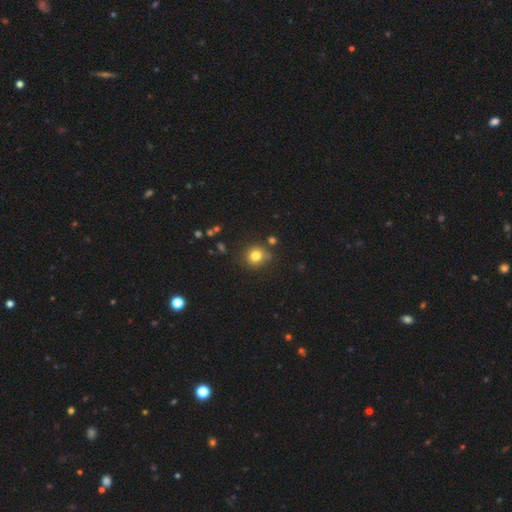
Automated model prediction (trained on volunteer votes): Smooth or featured: smooth — 79% (star or artifact — 13%)
How rounded: round — 88% (in between — 12%)
Merging: none — 79% (minor disturbance — 12%)